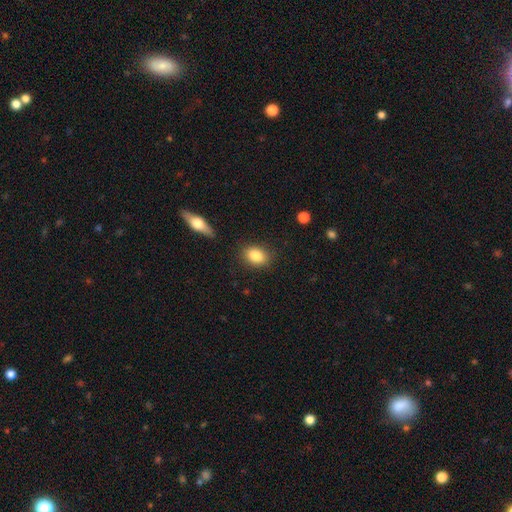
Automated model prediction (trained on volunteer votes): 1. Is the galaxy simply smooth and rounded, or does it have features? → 85% smooth, 8% star or artifact, 7% featured or disk.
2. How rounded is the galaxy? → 71% in between, 27% round, 2% cigar-shaped.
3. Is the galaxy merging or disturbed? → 85% none, 10% minor disturbance, 3% major disturbance, 2% merger.